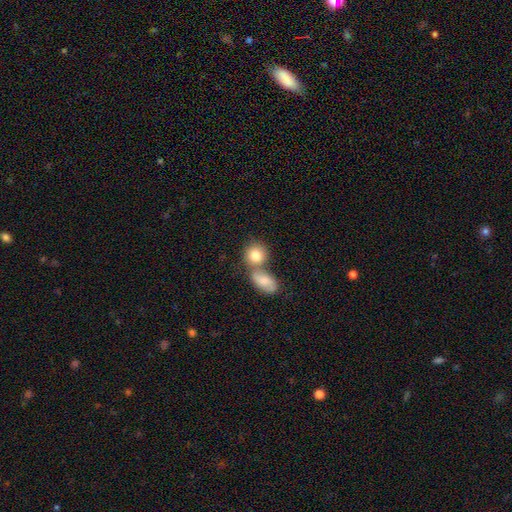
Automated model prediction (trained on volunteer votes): A smooth galaxy with no disk features (81%) that is round (64%). Merging: merger (53%).